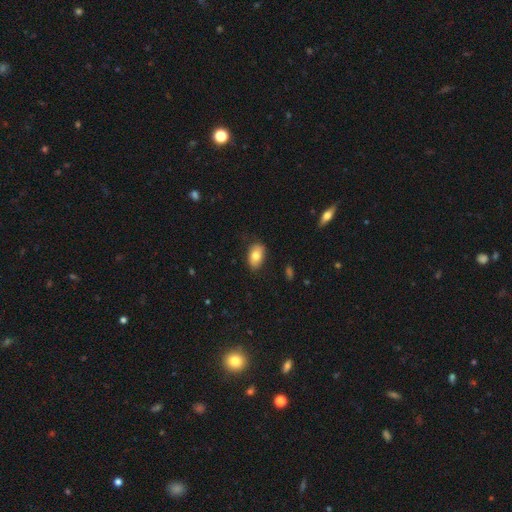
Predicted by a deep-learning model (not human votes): A smooth galaxy with no disk features (77%) that is in between round and cigar-shaped (90%).

Vote fractions:
- Smooth or featured? smooth: 77% / featured or disk: 16% / star or artifact: 7%
- How rounded? in between: 90% / round: 9% / cigar-shaped: 2%
- Merging? none: 77% / minor disturbance: 18% / major disturbance: 4% / merger: 1%